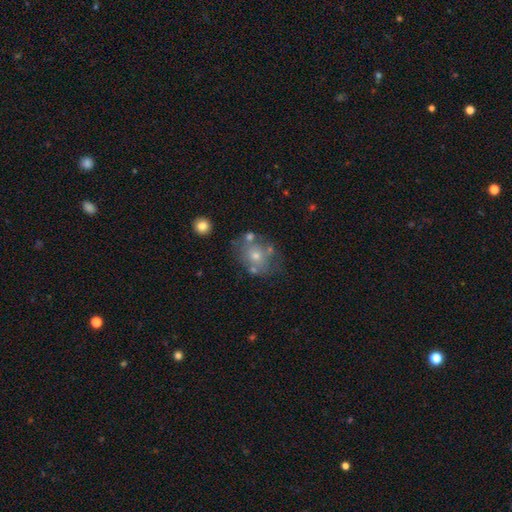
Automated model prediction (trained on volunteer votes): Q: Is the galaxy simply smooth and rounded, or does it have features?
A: smooth — 44%.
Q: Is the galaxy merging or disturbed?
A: none — 54%.